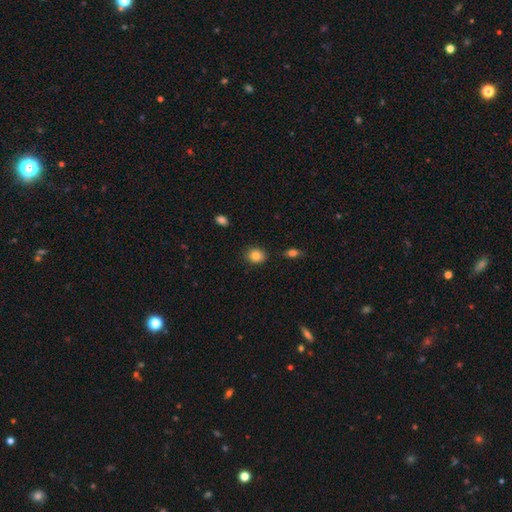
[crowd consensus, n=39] Overall: smooth (92%). How rounded: round (58%; in between 42%). Merging: none (89%).